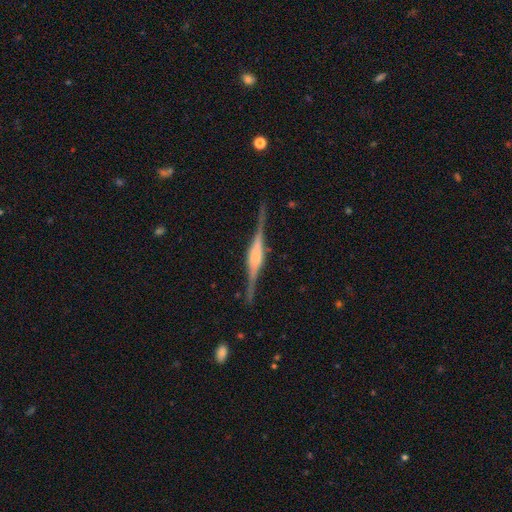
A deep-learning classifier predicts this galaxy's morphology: Overall: featured or disk (86%). Edge-on disk: yes (98%). Edge-on bulge: rounded (51%; boxy 44%). Merging: none (85%).